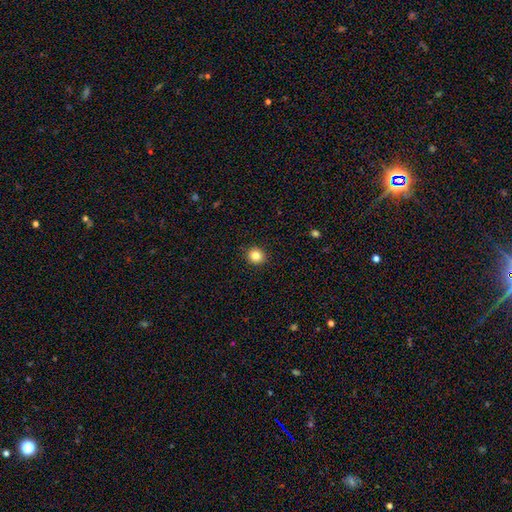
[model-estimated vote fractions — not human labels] Morphology: type=smooth (84%); roundness=round (88%); merging=none (92%).